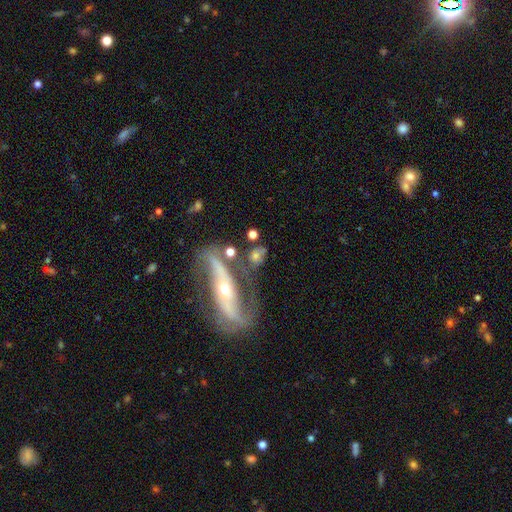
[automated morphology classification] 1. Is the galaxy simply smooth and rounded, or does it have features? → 59% featured or disk, 32% smooth, 9% star or artifact.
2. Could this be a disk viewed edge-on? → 77% no, 23% yes.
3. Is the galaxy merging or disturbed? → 55% none, 16% minor disturbance, 16% merger, 13% major disturbance.